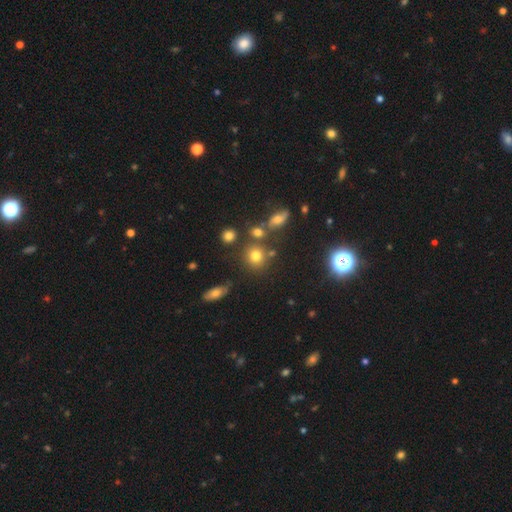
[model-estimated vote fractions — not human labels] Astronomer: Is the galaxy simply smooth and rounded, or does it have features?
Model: smooth — 73%.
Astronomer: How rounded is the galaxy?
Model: round — 81%.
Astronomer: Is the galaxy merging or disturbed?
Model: none — 69%.